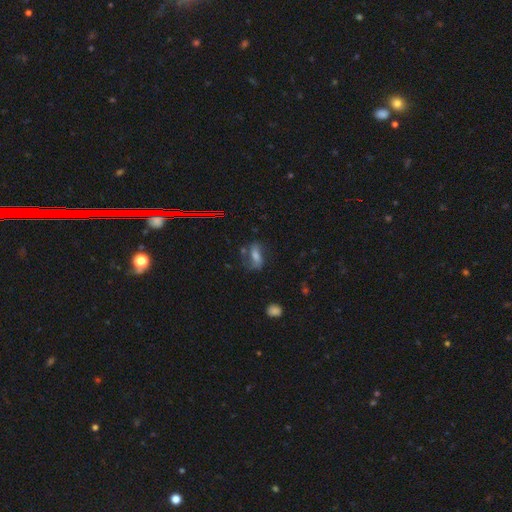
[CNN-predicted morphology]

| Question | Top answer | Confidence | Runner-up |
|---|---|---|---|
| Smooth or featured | smooth | 45% | featured or disk (40%) |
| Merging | none | 53% | minor disturbance (24%) |